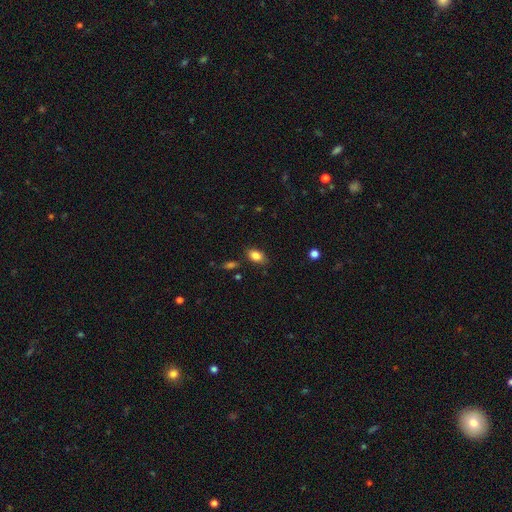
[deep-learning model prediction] smooth-or-featured: smooth: 85% | star or artifact: 9% | featured or disk: 6%
  how-rounded: in between: 86% | round: 12% | cigar-shaped: 2%
  merging: none: 80% | minor disturbance: 14% | major disturbance: 3% | merger: 3%